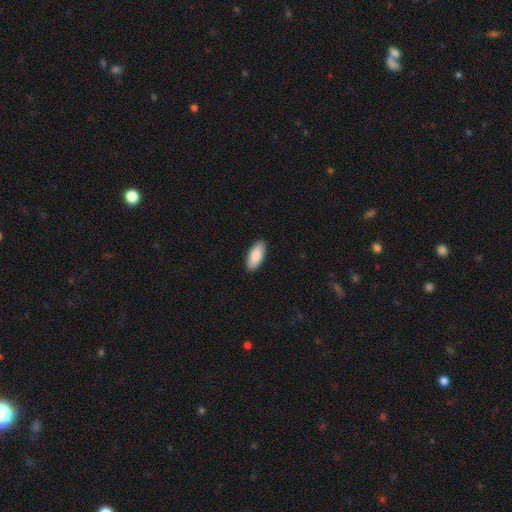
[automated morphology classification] Overall: smooth (86%). How rounded: in between (86%). Merging: none (90%).